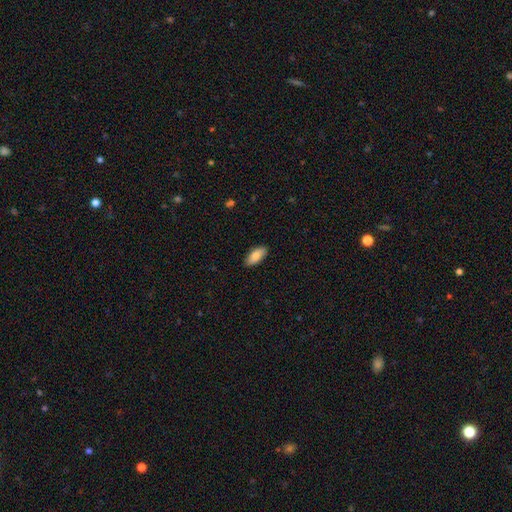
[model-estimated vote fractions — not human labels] A smooth galaxy with no disk features (82%) that is in between round and cigar-shaped (88%). Merging: none (88%).